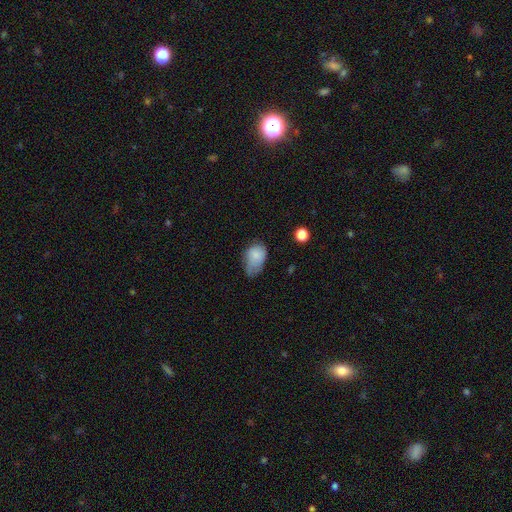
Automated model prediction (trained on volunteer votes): This appears to be a smooth galaxy with no disk features (80%) that is in between round and cigar-shaped (82%). Merging: minor disturbance (44%).